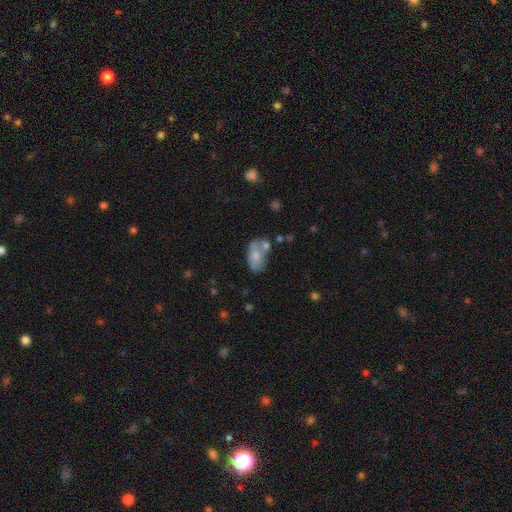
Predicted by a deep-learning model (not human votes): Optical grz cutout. It shows a smooth galaxy with no disk features (67%) that is in between round and cigar-shaped (91%). Merging: none (37%).